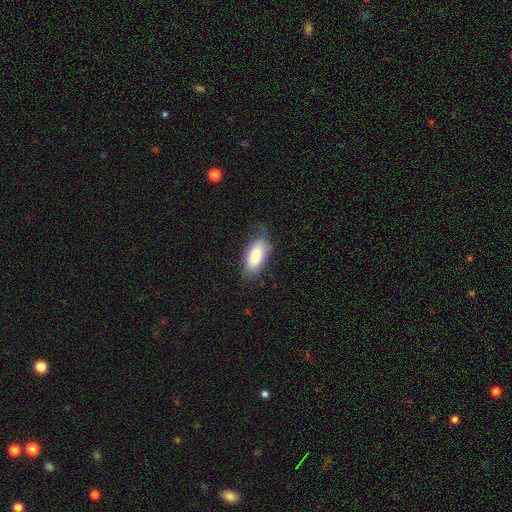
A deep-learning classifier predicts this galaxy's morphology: smooth_or_featured: smooth (p=0.82) [alt: featured or disk p=0.12]
how_rounded: in between (p=0.90) [alt: cigar-shaped p=0.08]
merging: none (p=0.60) [alt: minor disturbance p=0.29]